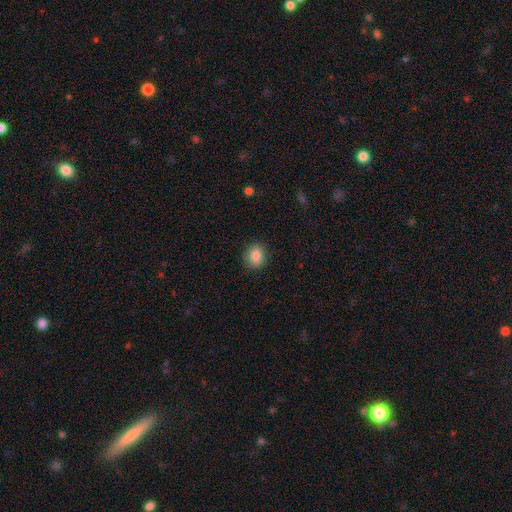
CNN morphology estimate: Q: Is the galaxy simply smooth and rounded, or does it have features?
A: smooth — 86%.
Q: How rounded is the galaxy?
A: round — 60%.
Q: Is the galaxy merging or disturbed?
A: none — 87%.